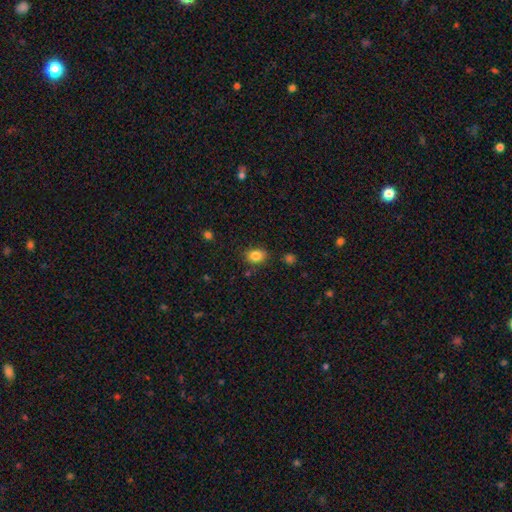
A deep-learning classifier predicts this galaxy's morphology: A smooth galaxy with no disk features (84%) that is in between round and cigar-shaped (51%).

Vote fractions:
- Smooth or featured? smooth: 84% / star or artifact: 10% / featured or disk: 5%
- How rounded? in between: 51% / round: 48% / cigar-shaped: 1%
- Merging? none: 83% / minor disturbance: 12% / major disturbance: 3% / merger: 3%